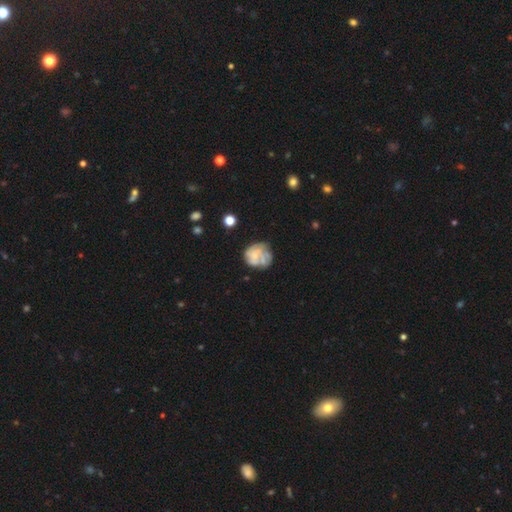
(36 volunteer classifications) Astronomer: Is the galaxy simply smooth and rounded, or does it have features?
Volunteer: smooth — 47%, tied with featured or disk at 47%.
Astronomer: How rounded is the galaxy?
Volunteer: round — 71%.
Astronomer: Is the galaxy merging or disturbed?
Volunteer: none — 56%.